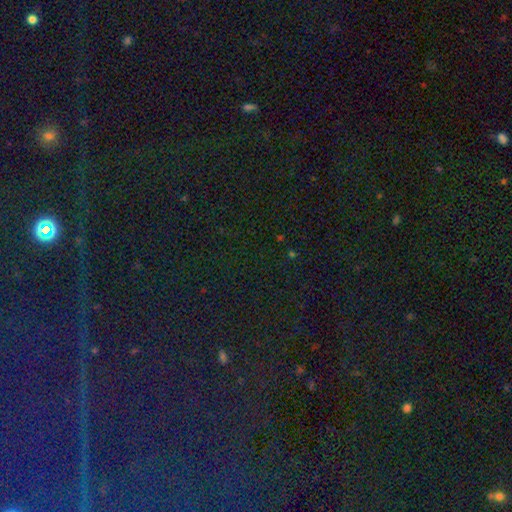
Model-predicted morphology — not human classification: star or artifact 82%, smooth 10%, featured or disk 7%.